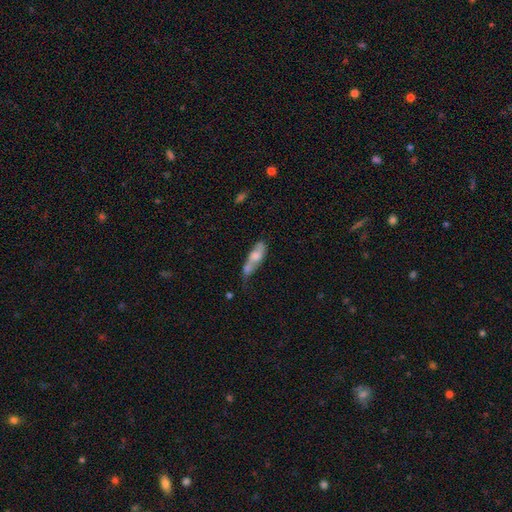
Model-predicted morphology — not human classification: Overall: smooth (57%; featured or disk 35%). How rounded: in between (52%; cigar-shaped 44%). Merging: merger (33%; none 27%).